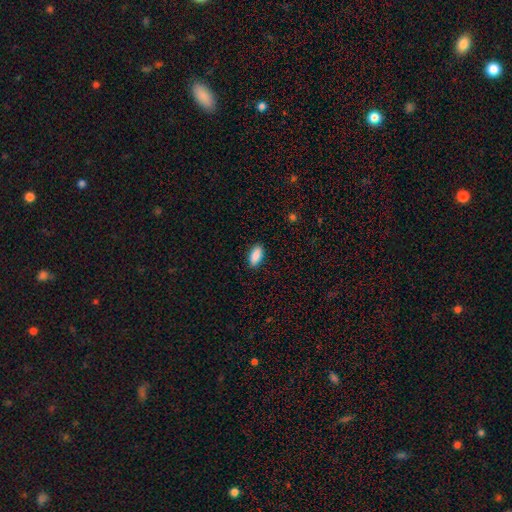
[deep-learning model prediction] A smooth galaxy with no disk features (89%) that is in between round and cigar-shaped (86%).

Vote fractions:
- Smooth or featured? smooth: 89% / star or artifact: 7% / featured or disk: 4%
- How rounded? in between: 86% / cigar-shaped: 12% / round: 2%
- Merging? none: 88% / minor disturbance: 9% / major disturbance: 2% / merger: 1%